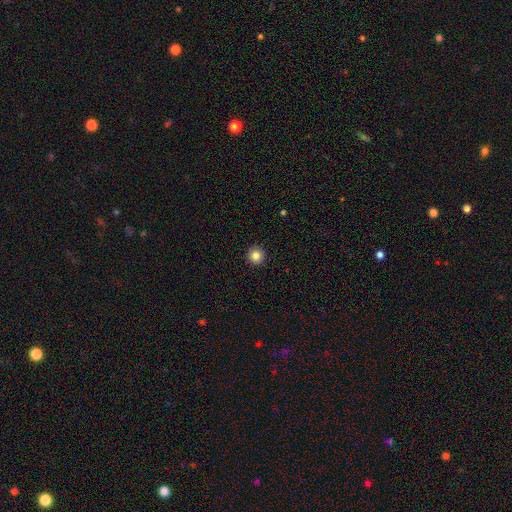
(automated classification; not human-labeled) Smooth or featured? smooth (86%)
How rounded? round (95%)
Merging? none (93%)